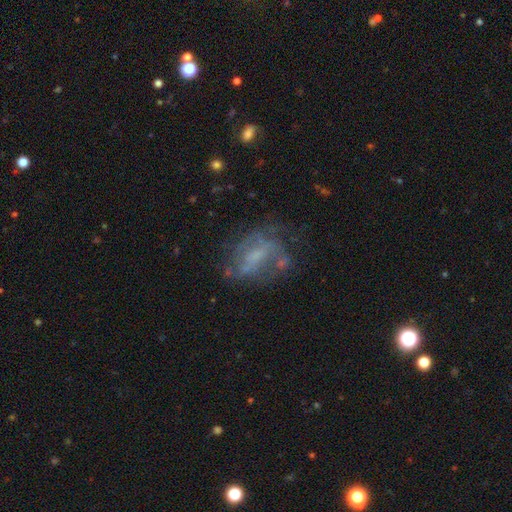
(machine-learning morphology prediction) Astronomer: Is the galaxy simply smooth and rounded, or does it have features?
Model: featured or disk — 59%.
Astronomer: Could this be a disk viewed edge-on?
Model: no — 95%.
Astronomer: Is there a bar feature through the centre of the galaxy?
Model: no — 51% (runner-up: weak, 36%).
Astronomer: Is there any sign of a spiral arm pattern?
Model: no — 54% (runner-up: yes, 46%).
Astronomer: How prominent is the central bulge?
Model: small — 37% (runner-up: none, 35%).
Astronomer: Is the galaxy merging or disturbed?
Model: none — 49%.